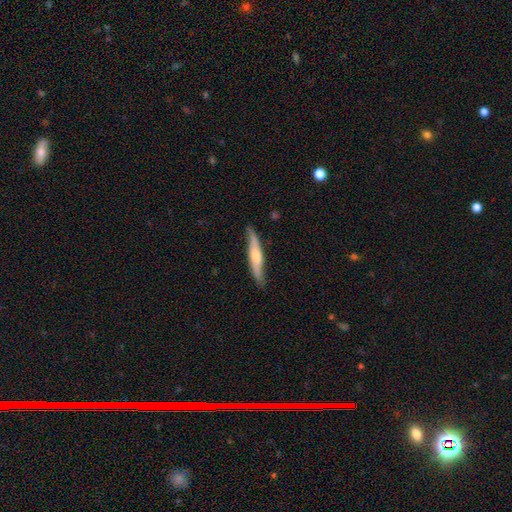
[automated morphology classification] featured or disk 52%, smooth 42%, star or artifact 5%. Down the decision tree: edge-on disk — yes (85%); merging — none (81%).